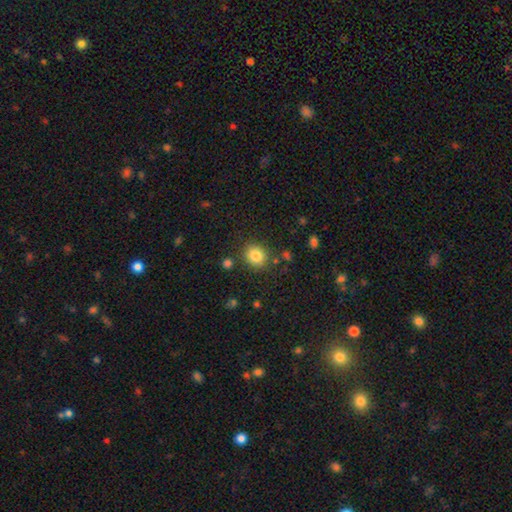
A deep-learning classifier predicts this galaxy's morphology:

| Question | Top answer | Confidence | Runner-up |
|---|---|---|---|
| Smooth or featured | smooth | 83% | star or artifact (11%) |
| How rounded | round | 78% | in between (21%) |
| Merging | none | 83% | minor disturbance (10%) |